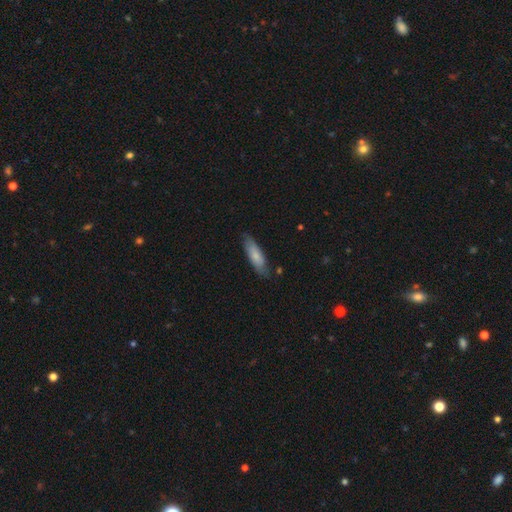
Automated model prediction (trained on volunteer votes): The model was most divided on "how rounded": cigar-shaped: 50%, in between: 48%, round: 2%. More confident: merging — none (74%); smooth or featured — smooth (72%).